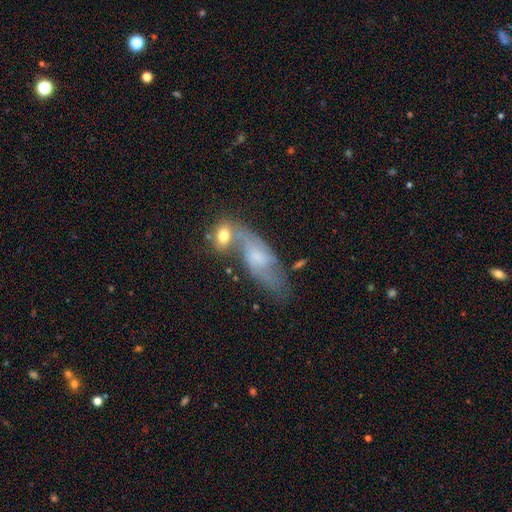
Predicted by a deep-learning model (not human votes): Q: Smooth or featured?
A: featured or disk (66%); runner-up: smooth (25%)
Q: Edge-on disk?
A: no (79%); runner-up: yes (21%)
Q: Bar?
A: no (51%); runner-up: weak (40%)
Q: Spiral arms?
A: yes (81%); runner-up: no (19%)
Q: Bulge size?
A: moderate (40%); runner-up: small (39%)
Q: Merging?
A: none (41%); runner-up: merger (34%)